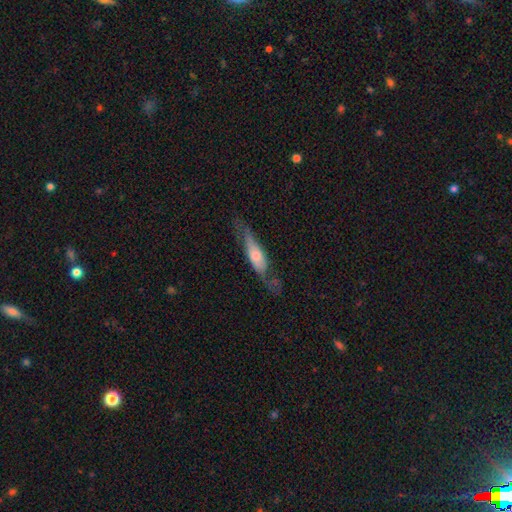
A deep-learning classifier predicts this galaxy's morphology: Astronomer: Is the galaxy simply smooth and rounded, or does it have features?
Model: featured or disk — 50% (runner-up: smooth, 43%).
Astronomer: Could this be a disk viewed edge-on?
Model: yes — 61% (runner-up: no, 39%).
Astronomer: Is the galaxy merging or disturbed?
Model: none — 54%.